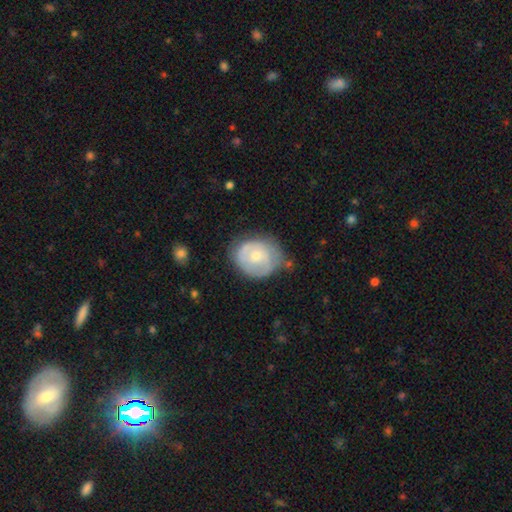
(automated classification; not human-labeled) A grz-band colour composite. It shows a featured or disk galaxy (48%). Merging: none (52%).